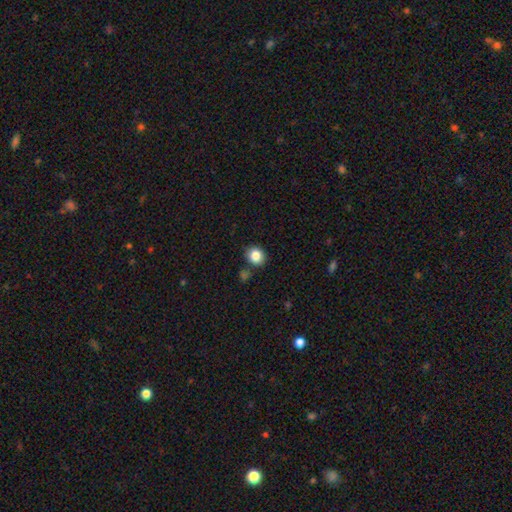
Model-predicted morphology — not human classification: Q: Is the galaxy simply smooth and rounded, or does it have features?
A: smooth — 85%.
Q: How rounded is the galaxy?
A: round — 75%.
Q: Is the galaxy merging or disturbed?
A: none — 82%.